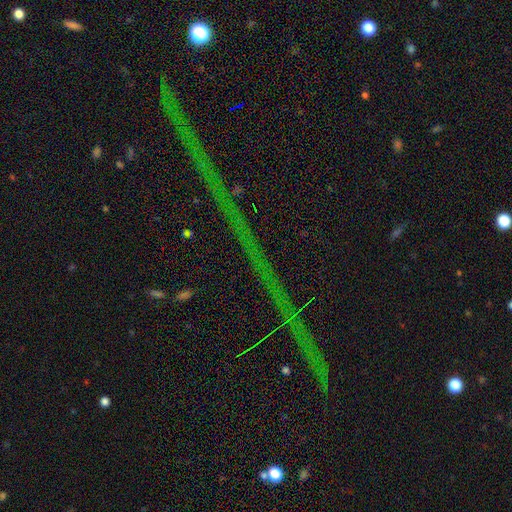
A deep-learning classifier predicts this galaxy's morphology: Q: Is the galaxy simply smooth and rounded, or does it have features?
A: star or artifact — 82%.